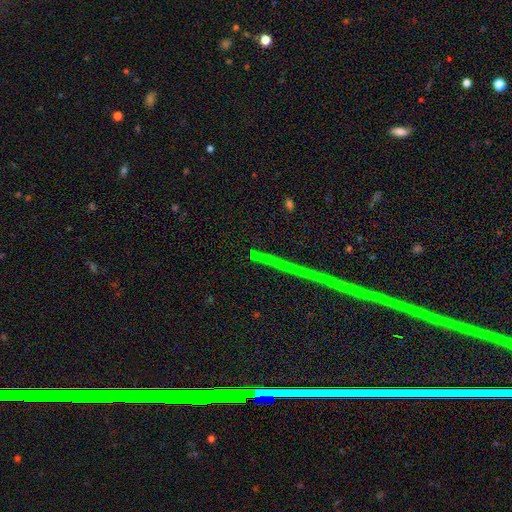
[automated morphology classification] This is likely a star or artifact rather than a galaxy (69%).